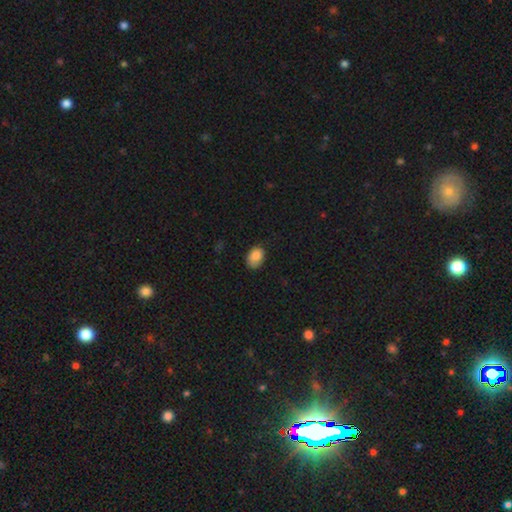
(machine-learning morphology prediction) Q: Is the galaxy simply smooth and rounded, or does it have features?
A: smooth — 85%.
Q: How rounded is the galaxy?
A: in between — 81%.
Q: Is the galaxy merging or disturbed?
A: none — 74%.